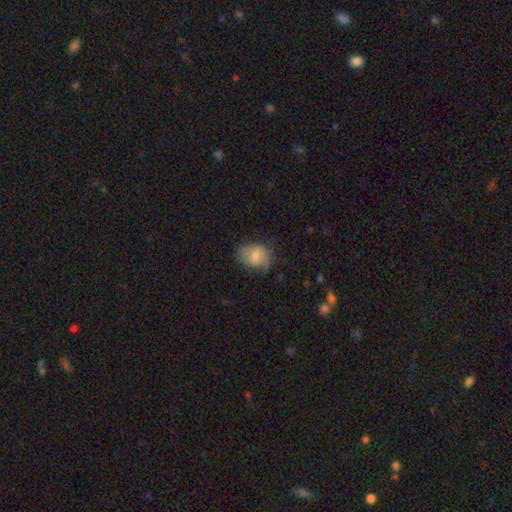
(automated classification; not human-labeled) Smooth or featured? smooth (67%)
How rounded? in between (61%)
Merging? none (56%)